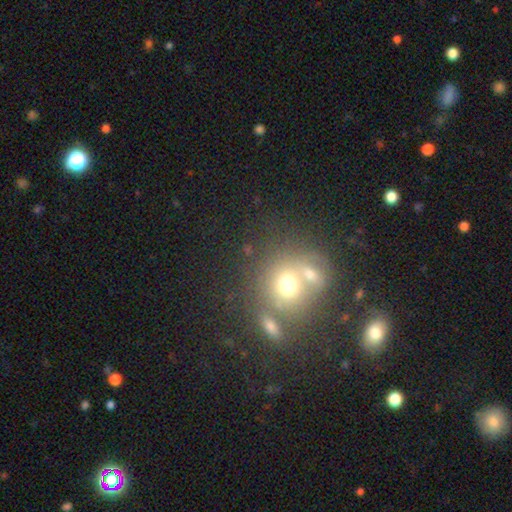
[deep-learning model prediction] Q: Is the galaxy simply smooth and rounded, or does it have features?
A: smooth — 50%.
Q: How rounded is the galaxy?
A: round — 83%.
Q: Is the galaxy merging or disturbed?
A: none — 50%.